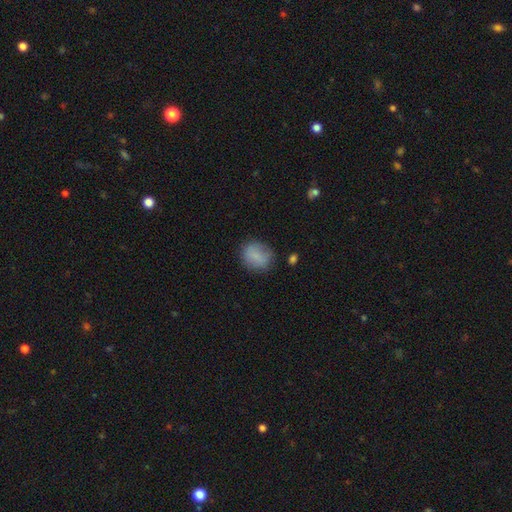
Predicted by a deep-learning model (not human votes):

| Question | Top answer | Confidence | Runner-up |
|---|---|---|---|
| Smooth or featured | smooth | 82% | featured or disk (10%) |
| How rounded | round | 62% | in between (36%) |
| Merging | none | 75% | minor disturbance (18%) |